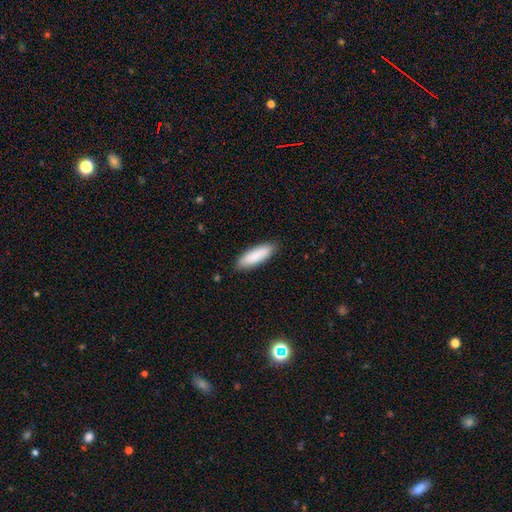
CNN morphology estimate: This is clearly a smooth galaxy (88%). How rounded: possibly in between (53%). Merging: clearly none (87%).